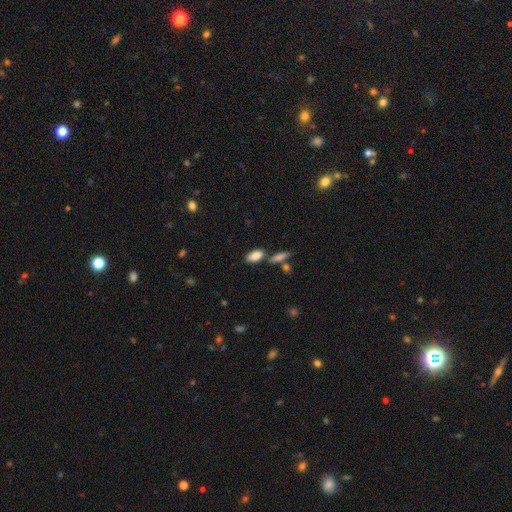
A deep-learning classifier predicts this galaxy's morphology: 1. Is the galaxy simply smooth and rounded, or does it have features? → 85% smooth, 8% star or artifact, 7% featured or disk.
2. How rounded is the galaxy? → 88% in between, 8% cigar-shaped, 3% round.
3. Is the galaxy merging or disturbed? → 67% none, 17% merger, 12% minor disturbance, 4% major disturbance.